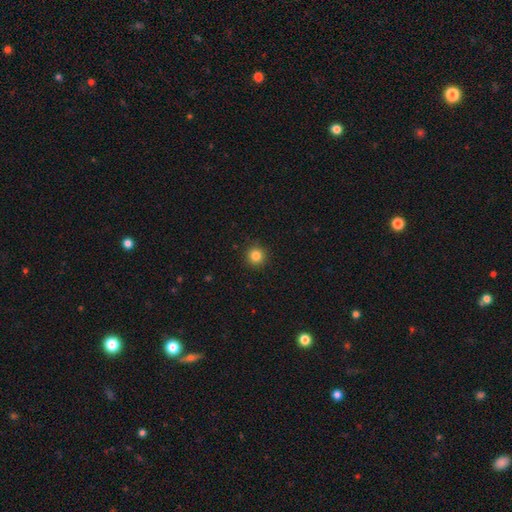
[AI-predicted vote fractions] This is clearly a smooth galaxy (84%). How rounded: clearly round (95%). Merging: clearly none (92%).